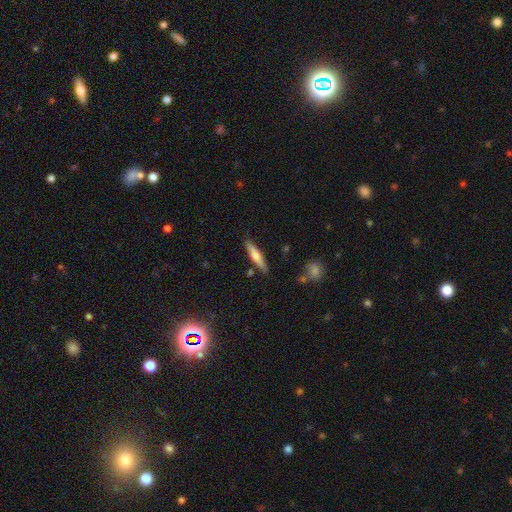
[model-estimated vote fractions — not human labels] The model was most divided on "smooth or featured": smooth: 61%, featured or disk: 33%, star or artifact: 6%. More confident: how rounded — cigar-shaped (84%); merging — none (84%).